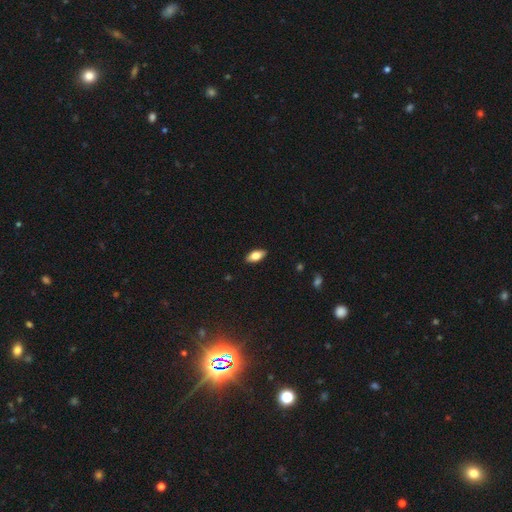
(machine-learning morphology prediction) Smooth or featured? Predicted: smooth (p=0.76). How rounded? Predicted: in between (p=0.89). Merging? Predicted: none (p=0.89).